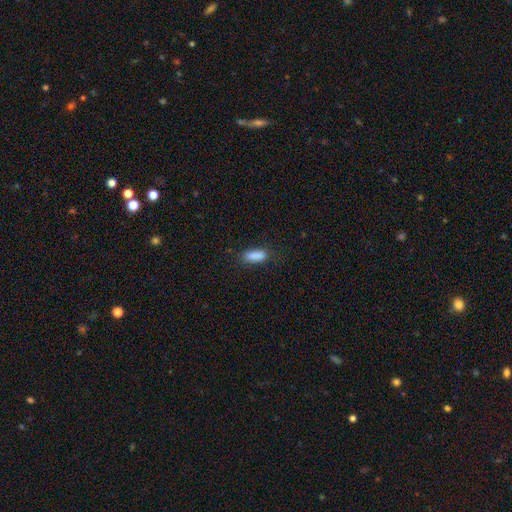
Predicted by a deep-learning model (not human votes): Overall: smooth (87%). How rounded: in between (64%; cigar-shaped 33%). Merging: none (77%).